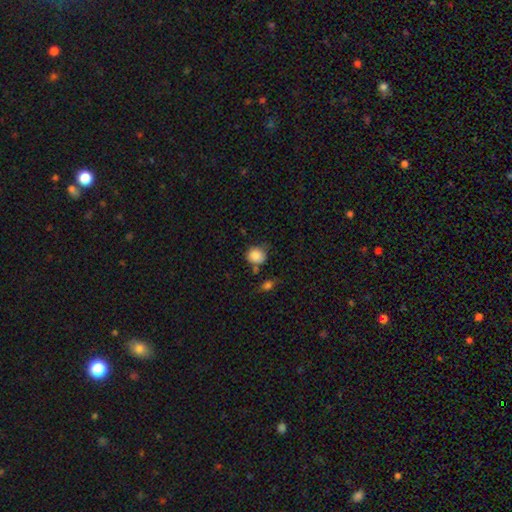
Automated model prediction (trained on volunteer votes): This appears to be a smooth galaxy with no disk features (86%) that is round (81%). Merging: none (63%).